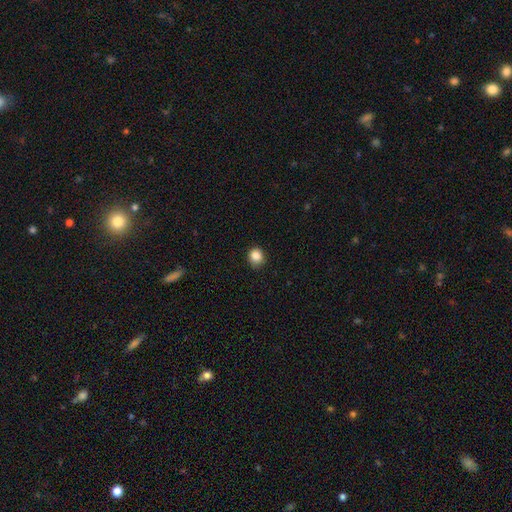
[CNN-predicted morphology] This appears to be a smooth galaxy with no disk features (86%) that is round (80%). Merging: none (86%).